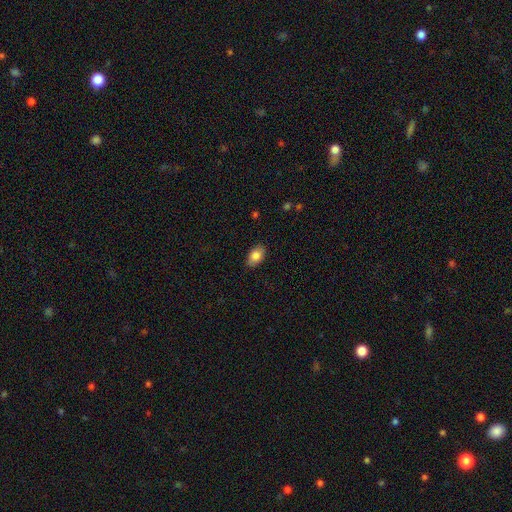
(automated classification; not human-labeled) Q: Smooth or featured?
A: smooth (83%); runner-up: featured or disk (10%)
Q: How rounded?
A: in between (89%); runner-up: round (9%)
Q: Merging?
A: none (86%); runner-up: minor disturbance (11%)